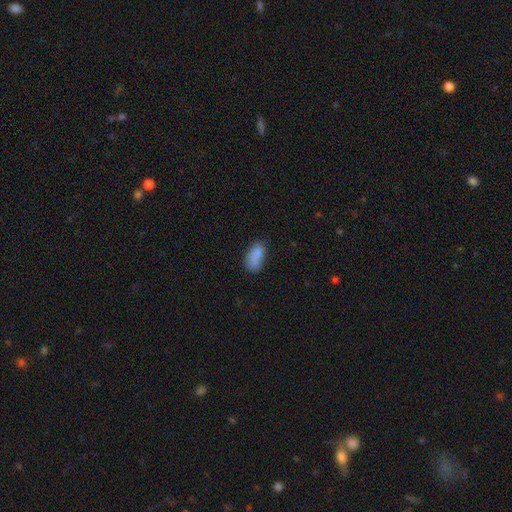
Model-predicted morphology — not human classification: Overall: smooth (86%). How rounded: in between (91%). Merging: none (67%).